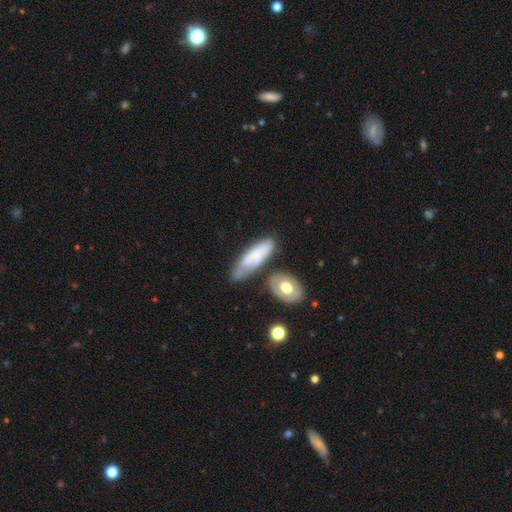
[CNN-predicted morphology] smooth 62%, featured or disk 31%, star or artifact 7%. Down the decision tree: how rounded — in between (56%); merging — none (53%).